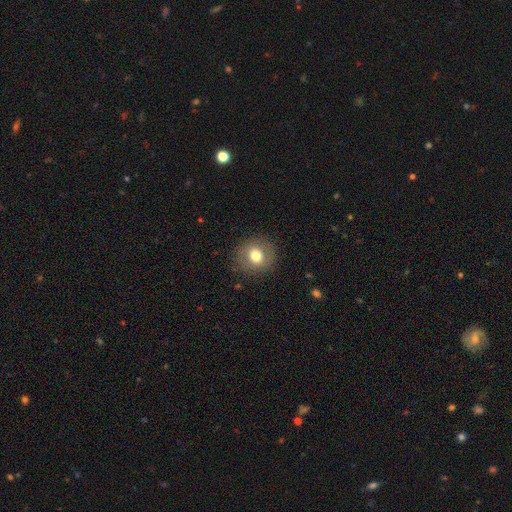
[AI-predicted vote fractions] smooth_or_featured: smooth (p=0.75) [alt: featured or disk p=0.16]
how_rounded: round (p=0.87) [alt: in between p=0.12]
merging: none (p=0.88) [alt: minor disturbance p=0.08]